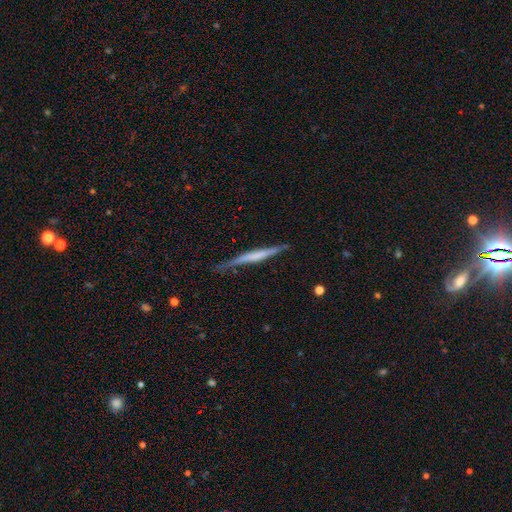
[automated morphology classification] Overall: featured or disk (56%; smooth 39%). Edge-on disk: yes (96%). Edge-on bulge: none (59%; boxy 22%). Merging: none (74%).